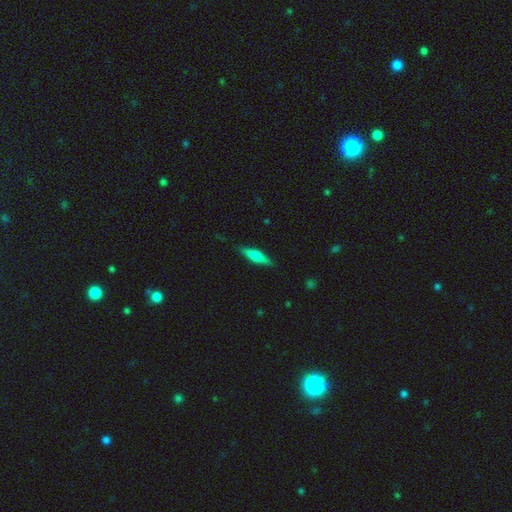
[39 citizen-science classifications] This is possibly a smooth galaxy (51%). How rounded: likely cigar-shaped (65%). Merging: clearly none (81%).